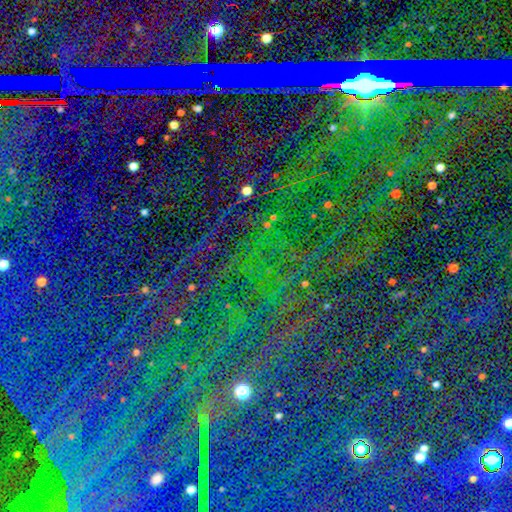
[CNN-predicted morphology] Smooth or featured?
  - star or artifact: 87% *
  - smooth: 6%
  - featured or disk: 6%